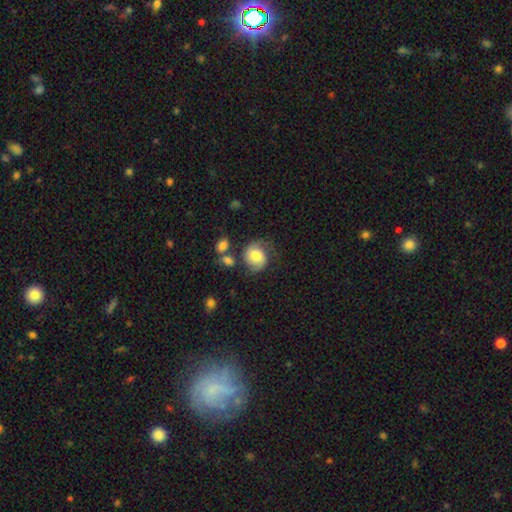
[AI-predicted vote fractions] Q: Smooth or featured?
A: smooth (52%); runner-up: featured or disk (40%)
Q: How rounded?
A: round (68%); runner-up: in between (31%)
Q: Merging?
A: none (54%); runner-up: minor disturbance (23%)